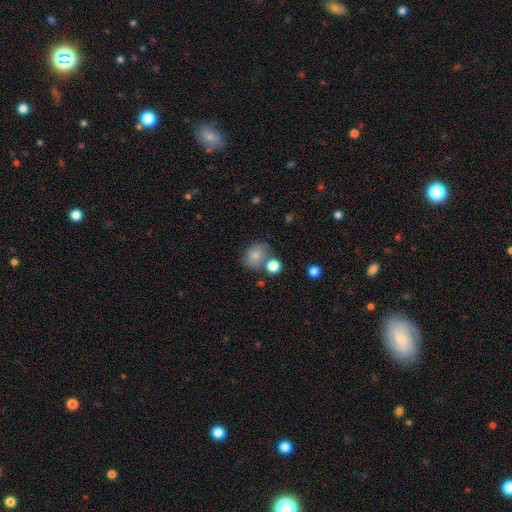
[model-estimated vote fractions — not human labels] Morphology: type=smooth (80%); roundness=round (54%); merging=none (62%).